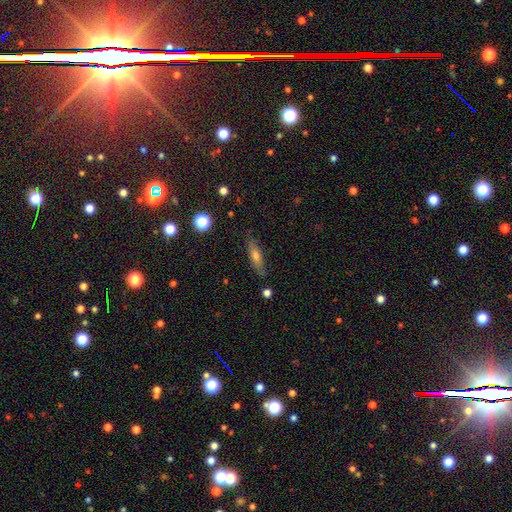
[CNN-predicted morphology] type=smooth (56%); roundness=cigar-shaped (65%); merging=none (82%).